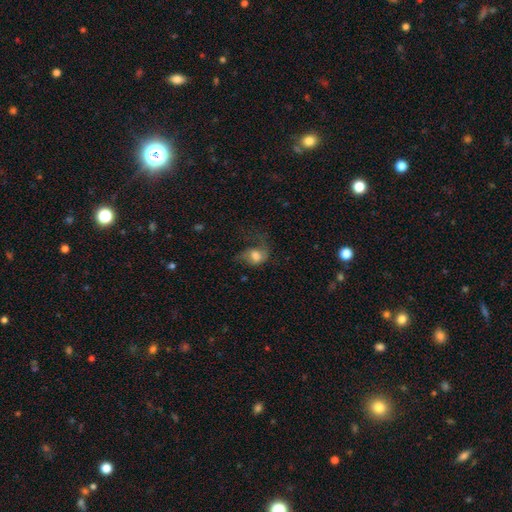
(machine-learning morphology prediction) smooth 61%, featured or disk 29%, star or artifact 10%. Down the decision tree: how rounded — in between (62%); merging — major disturbance (52%).